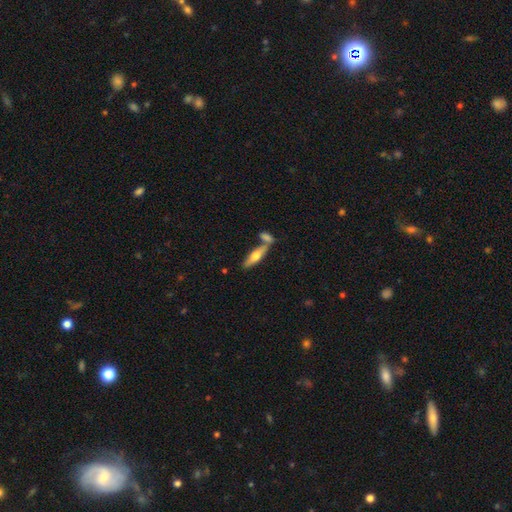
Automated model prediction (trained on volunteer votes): Smooth or featured: smooth — 56% (featured or disk — 38%)
How rounded: cigar-shaped — 57% (in between — 40%)
Merging: none — 61% (merger — 26%)